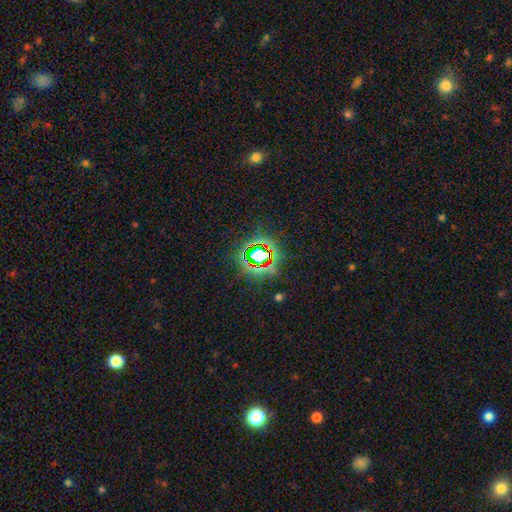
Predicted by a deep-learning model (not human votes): This appears to be a star or artifact, not a galaxy (75%).